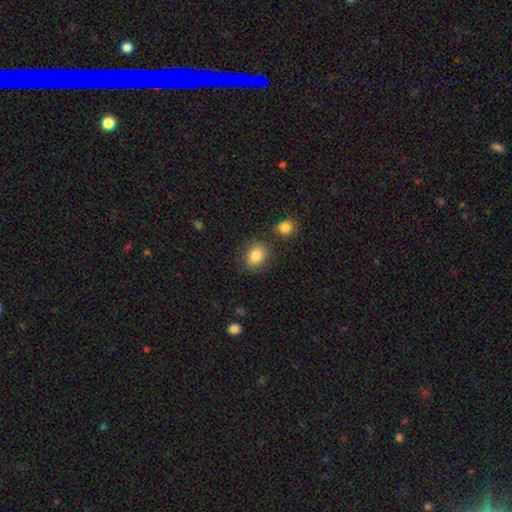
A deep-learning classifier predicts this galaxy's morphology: Smooth or featured? smooth (83%)
How rounded? round (55%)
Merging? none (78%)